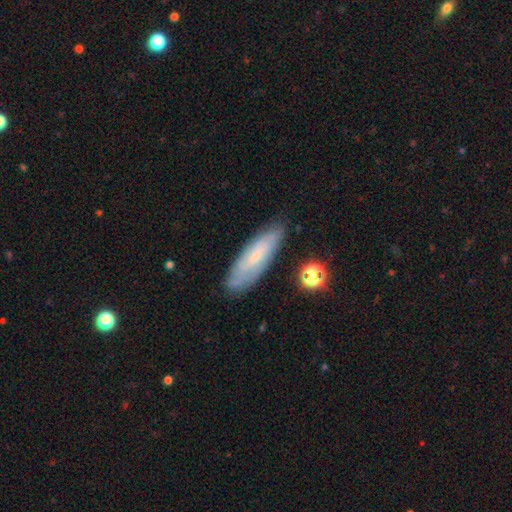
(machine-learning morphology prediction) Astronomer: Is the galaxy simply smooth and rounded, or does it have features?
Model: smooth — 52% (runner-up: featured or disk, 40%).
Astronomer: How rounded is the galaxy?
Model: cigar-shaped — 54% (runner-up: in between, 44%).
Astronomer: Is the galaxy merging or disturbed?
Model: none — 78%.